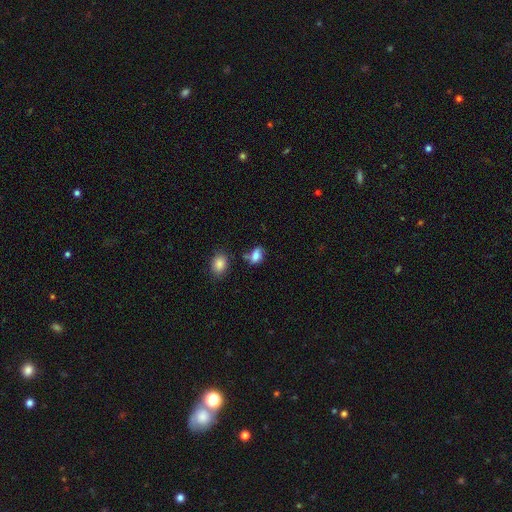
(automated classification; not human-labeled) A smooth galaxy with no disk features (69%) that is in between round and cigar-shaped (78%).

Vote fractions:
- Smooth or featured? smooth: 69% / featured or disk: 20% / star or artifact: 11%
- How rounded? in between: 78% / round: 19% / cigar-shaped: 3%
- Merging? none: 48% / minor disturbance: 26% / merger: 14% / major disturbance: 11%